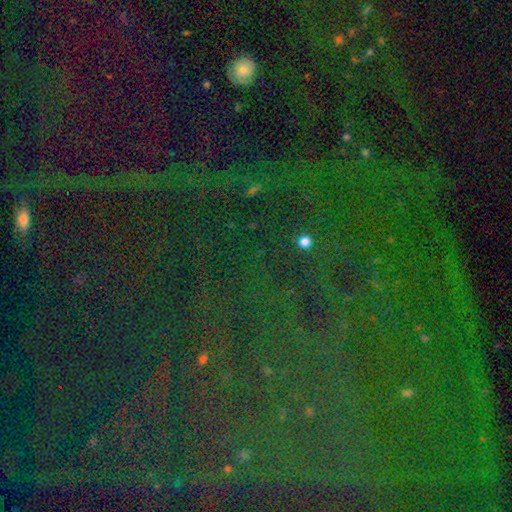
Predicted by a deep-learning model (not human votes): This is clearly a star or artifact rather than a galaxy (82%).